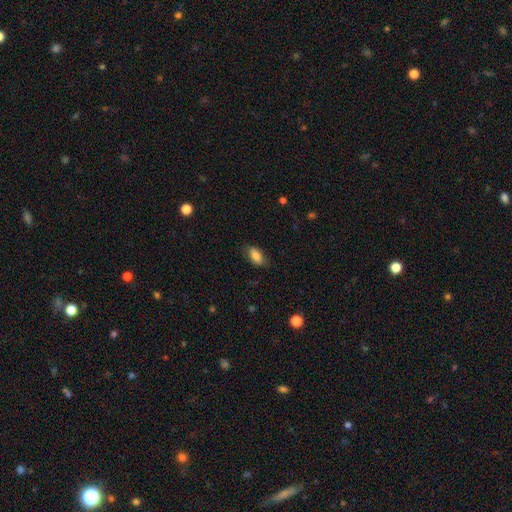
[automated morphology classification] Smooth or featured? Predicted: smooth (p=0.81). How rounded? Predicted: in between (p=0.88). Merging? Predicted: none (p=0.76).